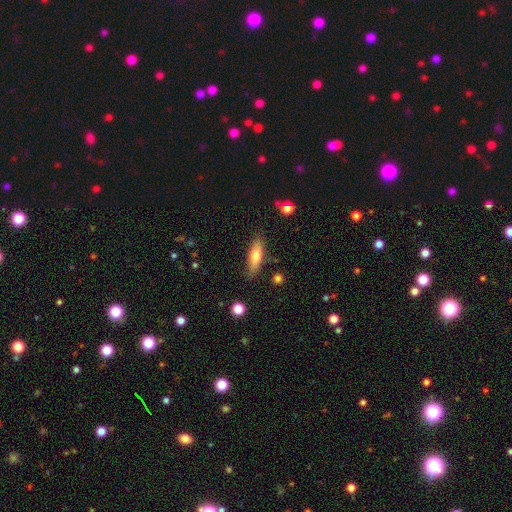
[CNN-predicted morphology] Smooth or featured?
  - smooth: 67% *
  - featured or disk: 27%
  - star or artifact: 7%
How rounded?
  - cigar-shaped: 51% *
  - in between: 46%
  - round: 2%
Merging?
  - none: 81% *
  - minor disturbance: 14%
  - major disturbance: 3%
  - merger: 2%